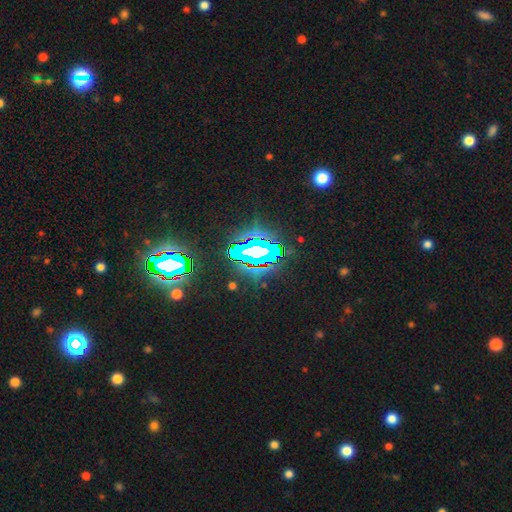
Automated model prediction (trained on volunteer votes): Smooth or featured: star or artifact — 79% (featured or disk — 11%)